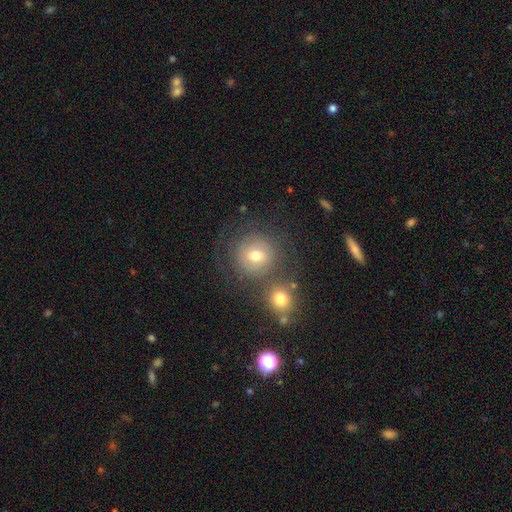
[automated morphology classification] This appears to be a smooth galaxy with no disk features (55%) that is round (89%). Merging: none (64%).